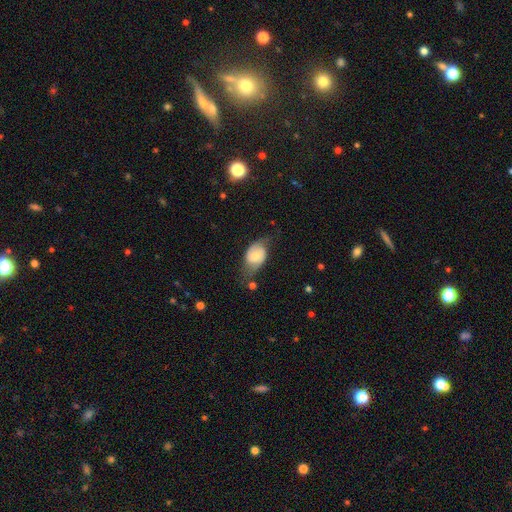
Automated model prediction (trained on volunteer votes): Smooth or featured: featured or disk — 55% (smooth — 38%)
Edge-on disk: no — 94% (yes — 6%)
Bar: no — 67% (weak — 27%)
Spiral arms: yes — 78% (no — 22%)
Bulge size: small — 46% (moderate — 43%)
Merging: none — 46% (minor disturbance — 32%)